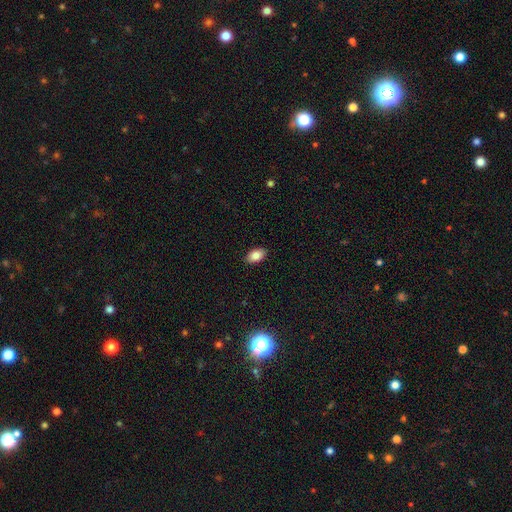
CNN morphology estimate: Overall: smooth (85%). How rounded: in between (93%). Merging: none (89%).